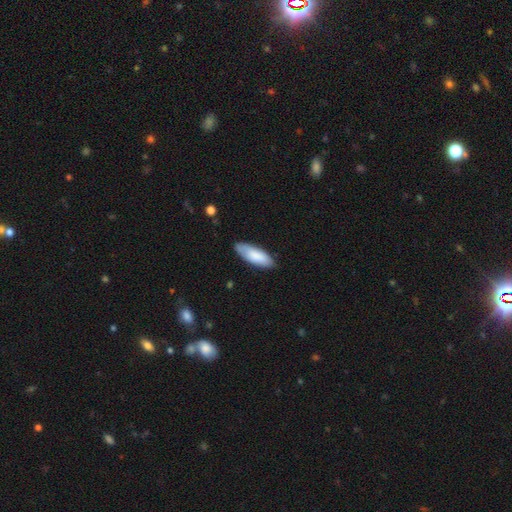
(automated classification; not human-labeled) A smooth galaxy with no disk features (82%) that is in between round and cigar-shaped (73%).

Vote fractions:
- Smooth or featured? smooth: 82% / featured or disk: 13% / star or artifact: 5%
- How rounded? in between: 73% / cigar-shaped: 26% / round: 1%
- Merging? none: 80% / minor disturbance: 16% / major disturbance: 3% / merger: 1%